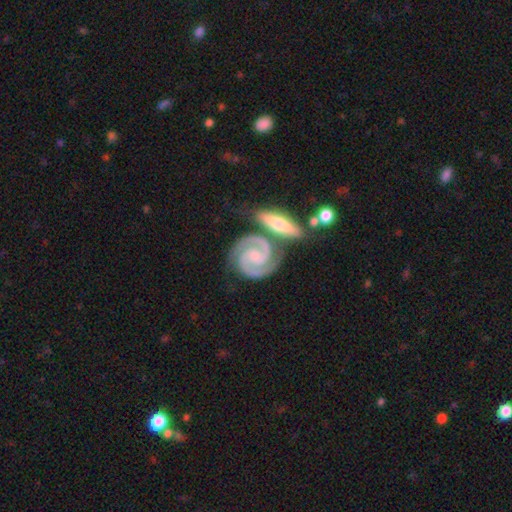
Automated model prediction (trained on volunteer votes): Smooth or featured? featured or disk (92%)
Edge-on disk? no (97%)
Bar? no (52%)
Spiral arms? yes (99%)
Spiral winding? tight (64%)
Spiral arm count? 2 (92%)
Bulge size? small (55%)
Merging? none (66%)